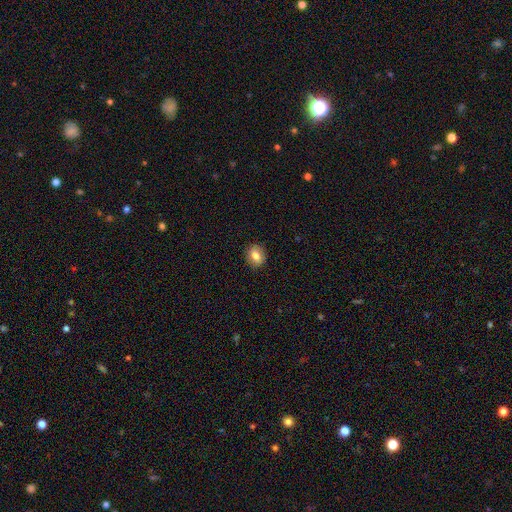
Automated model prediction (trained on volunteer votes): smooth-or-featured: smooth: 78% | featured or disk: 14% | star or artifact: 9%
  how-rounded: round: 55% | in between: 44% | cigar-shaped: 1%
  merging: none: 89% | minor disturbance: 8% | major disturbance: 2% | merger: 1%